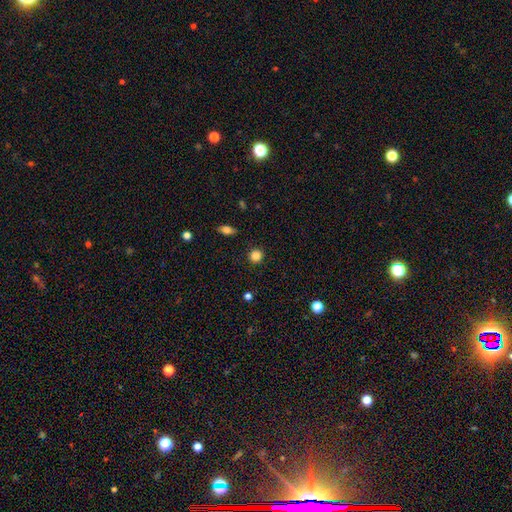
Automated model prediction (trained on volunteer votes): This appears to be a smooth galaxy with no disk features (84%) that is round (92%). Merging: none (91%).